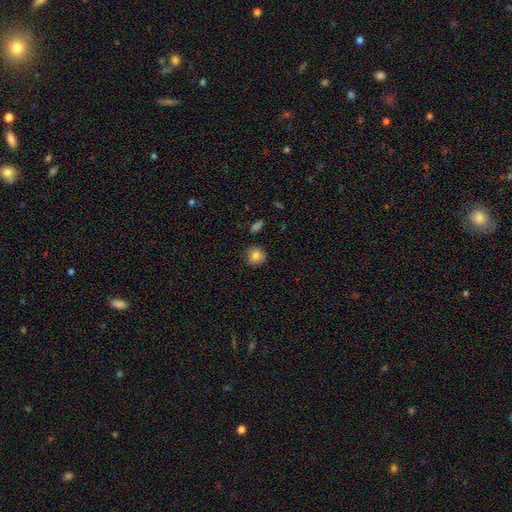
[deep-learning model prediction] Smooth or featured? smooth (81%)
How rounded? round (88%)
Merging? none (83%)